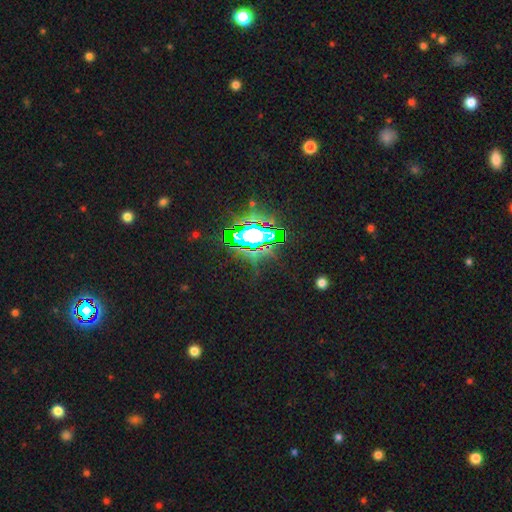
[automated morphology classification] A star or artifact, not a galaxy (78%).